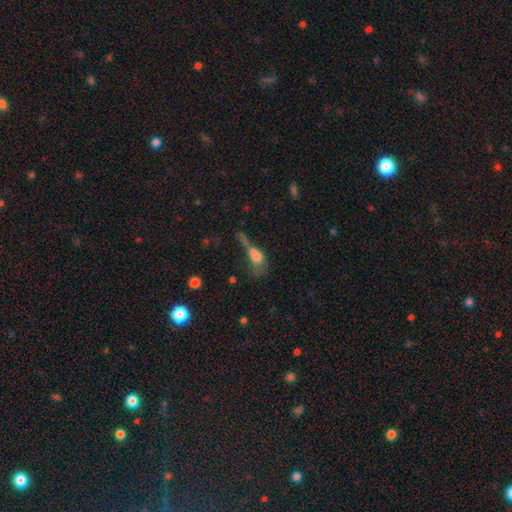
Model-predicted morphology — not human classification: A smooth galaxy with no disk features (61%) that is in between round and cigar-shaped (70%).

Vote fractions:
- Smooth or featured? smooth: 61% / featured or disk: 25% / star or artifact: 13%
- How rounded? in between: 70% / cigar-shaped: 16% / round: 15%
- Merging? major disturbance: 50% / merger: 20% / minor disturbance: 15% / none: 15%